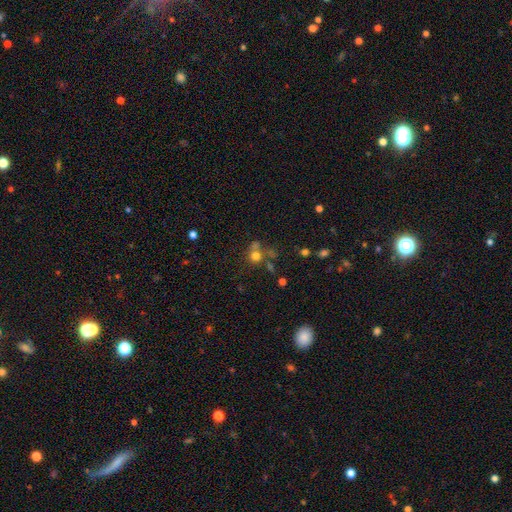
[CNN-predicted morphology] Smooth or featured? smooth (67%)
How rounded? round (86%)
Merging? none (52%)